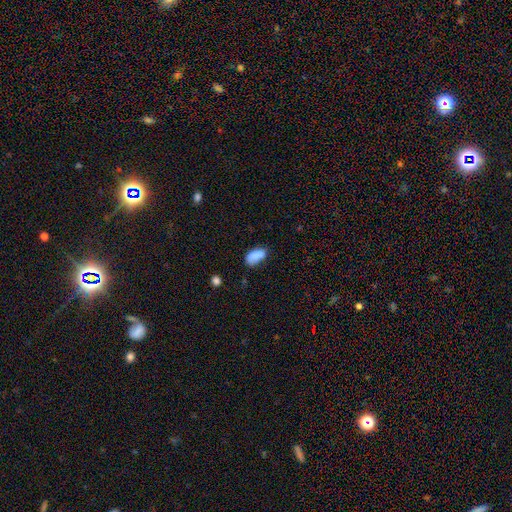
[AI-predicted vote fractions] Smooth or featured? Predicted: smooth (p=0.83). How rounded? Predicted: in between (p=0.92). Merging? Predicted: none (p=0.55).